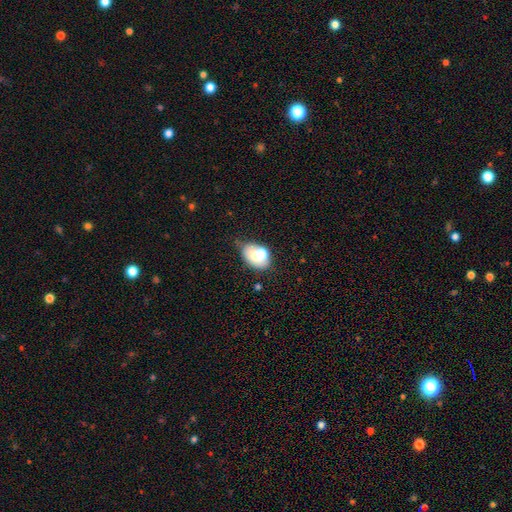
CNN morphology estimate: Smooth or featured?
  - smooth: 66% *
  - featured or disk: 24%
  - star or artifact: 9%
How rounded?
  - in between: 76% *
  - round: 23%
  - cigar-shaped: 1%
Merging?
  - none: 38% *
  - merger: 32%
  - minor disturbance: 21%
  - major disturbance: 9%